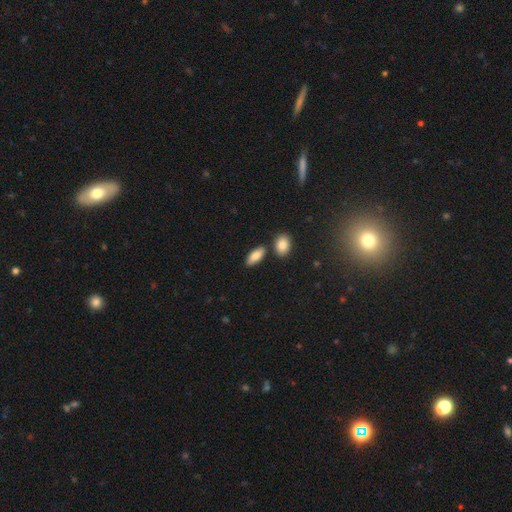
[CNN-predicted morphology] Smooth or featured? Predicted: smooth (p=0.85). How rounded? Predicted: in between (p=0.87). Merging? Predicted: none (p=0.77).